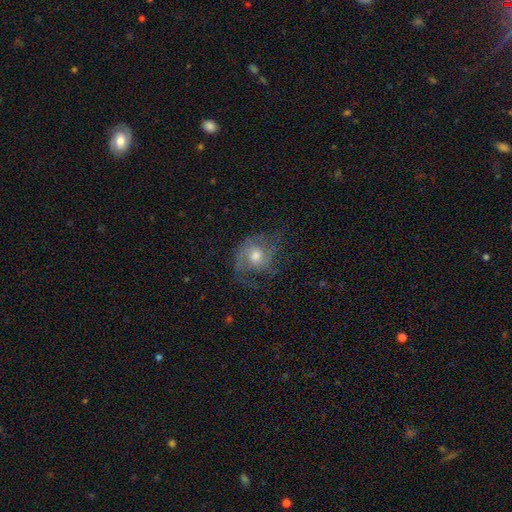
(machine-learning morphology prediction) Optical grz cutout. It shows a featured or disk galaxy (67%) with no bar (70%), 2 (51%) medium (44%) spiral arms (88%) and a moderate central bulge (69%). Merging: none (55%).